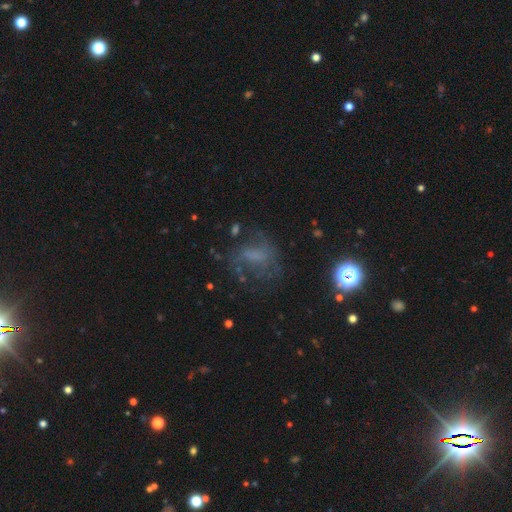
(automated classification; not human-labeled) A featured or disk galaxy (46%). Merging: none (54%).